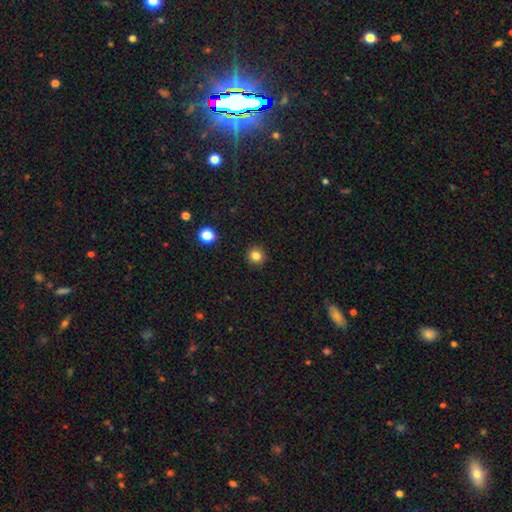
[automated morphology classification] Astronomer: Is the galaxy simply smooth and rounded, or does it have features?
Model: smooth — 83%.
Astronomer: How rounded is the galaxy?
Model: round — 87%.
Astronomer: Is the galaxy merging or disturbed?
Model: none — 91%.